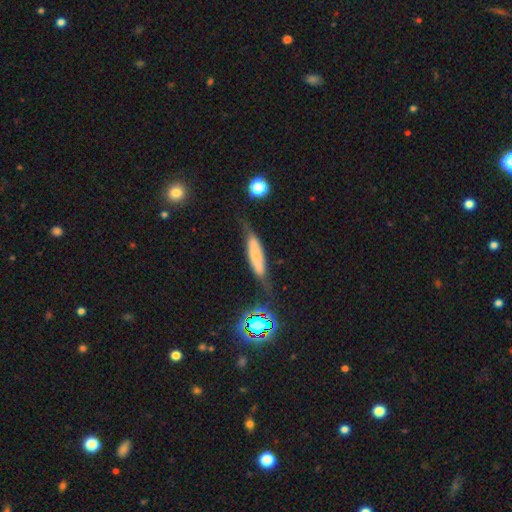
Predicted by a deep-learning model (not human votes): Q: Smooth or featured?
A: smooth (50%); runner-up: featured or disk (40%)
Q: Merging?
A: none (59%); runner-up: minor disturbance (25%)